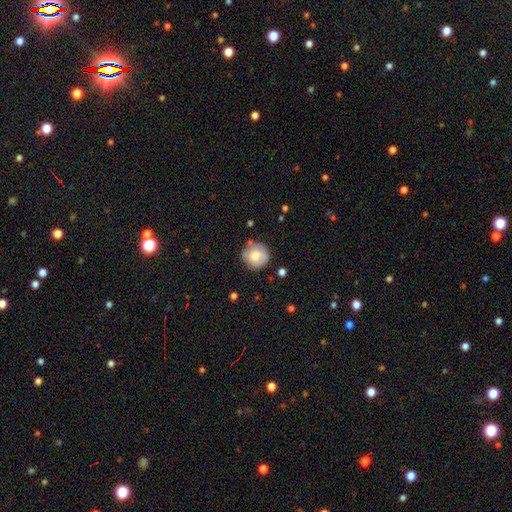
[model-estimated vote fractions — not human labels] A smooth galaxy with no disk features (72%) that is round (93%). Merging: none (76%).